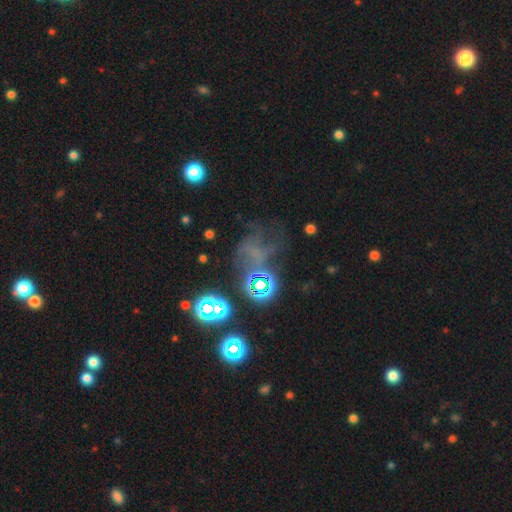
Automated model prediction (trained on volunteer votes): Smooth or featured? star or artifact (40%)